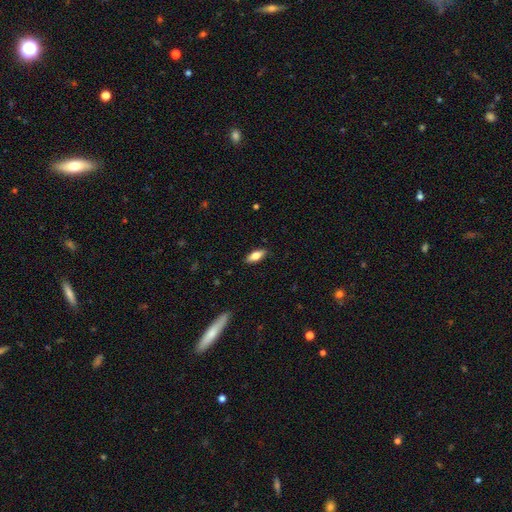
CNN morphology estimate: Q: Smooth or featured?
A: smooth (67%); runner-up: featured or disk (26%)
Q: How rounded?
A: in between (75%); runner-up: cigar-shaped (22%)
Q: Merging?
A: none (88%); runner-up: minor disturbance (9%)